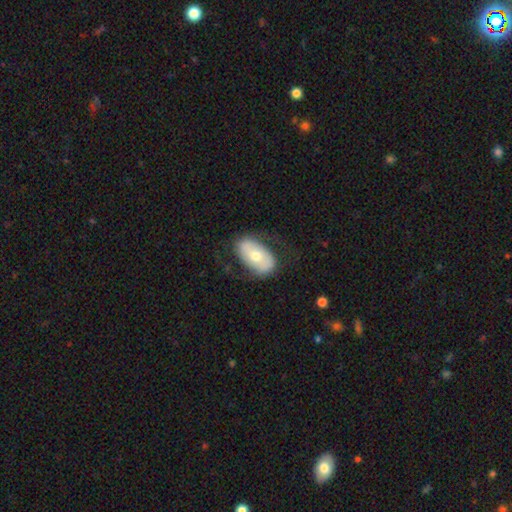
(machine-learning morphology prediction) Smooth or featured: smooth — 52% (featured or disk — 42%)
How rounded: in between — 93% (round — 6%)
Merging: none — 70% (minor disturbance — 19%)